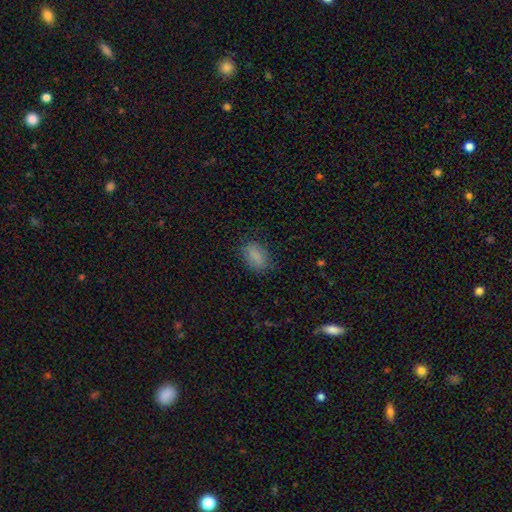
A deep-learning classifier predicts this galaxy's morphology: Smooth or featured? smooth (84%)
How rounded? in between (87%)
Merging? none (79%)